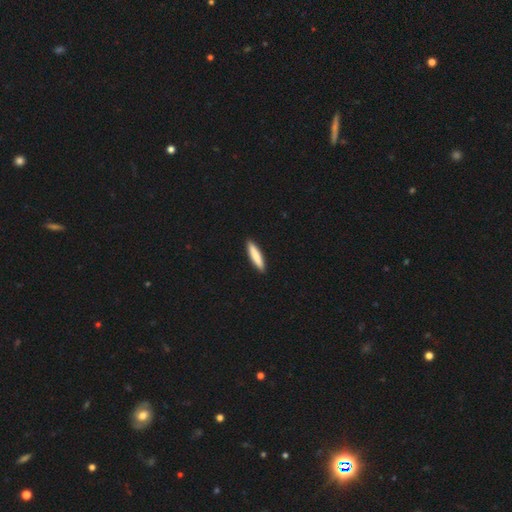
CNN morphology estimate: smooth-or-featured: smooth: 79% | featured or disk: 16% | star or artifact: 5%
  how-rounded: cigar-shaped: 86% | in between: 13% | round: 1%
  merging: none: 92% | minor disturbance: 6% | major disturbance: 1% | merger: 1%